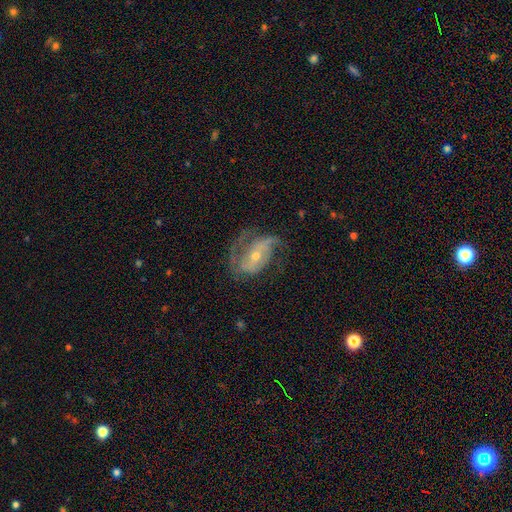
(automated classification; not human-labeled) Morphology: type=featured or disk (82%); edge-on=no (96%); bar=no (40%); spiral arms=yes (91%); winding=medium (45%); arm count=2 (62%); bulge=small (53%); merging=none (53%).